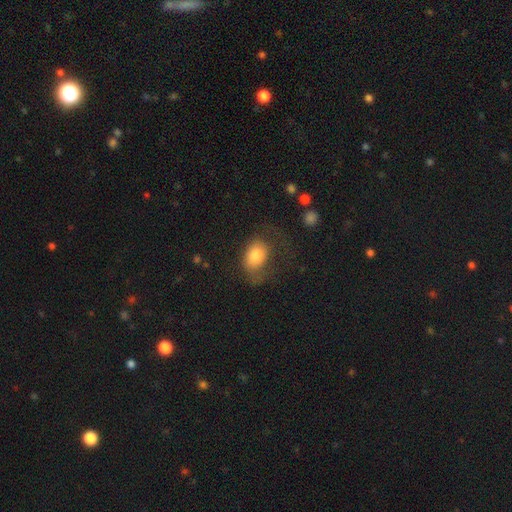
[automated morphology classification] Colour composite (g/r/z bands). It shows a smooth galaxy with no disk features (75%) that is in between round and cigar-shaped (78%). Merging: none (37%, tied with major disturbance).